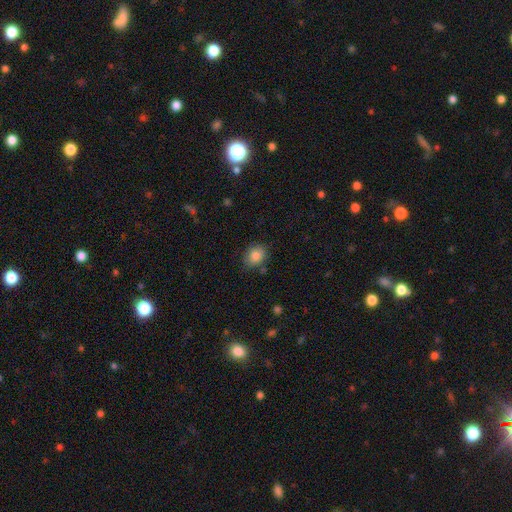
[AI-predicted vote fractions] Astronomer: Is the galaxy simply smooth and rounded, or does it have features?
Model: smooth — 84%.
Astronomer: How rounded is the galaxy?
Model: in between — 56% (runner-up: round, 43%).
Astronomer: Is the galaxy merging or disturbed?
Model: none — 80%.